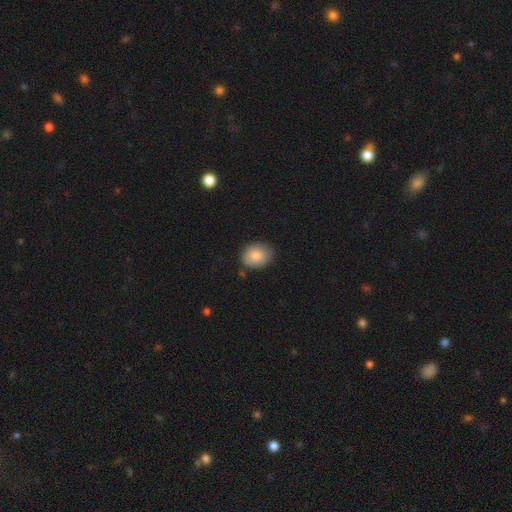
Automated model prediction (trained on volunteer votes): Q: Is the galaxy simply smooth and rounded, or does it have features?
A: smooth — 84%.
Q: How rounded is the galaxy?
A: round — 54%.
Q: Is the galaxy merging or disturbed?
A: none — 79%.